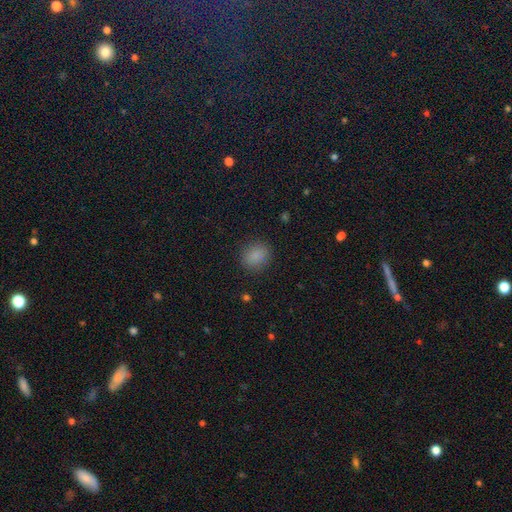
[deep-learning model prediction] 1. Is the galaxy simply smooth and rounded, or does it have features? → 85% smooth, 11% star or artifact, 4% featured or disk.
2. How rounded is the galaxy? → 67% round, 32% in between, 1% cigar-shaped.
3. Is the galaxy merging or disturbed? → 85% none, 10% minor disturbance, 3% major disturbance, 1% merger.